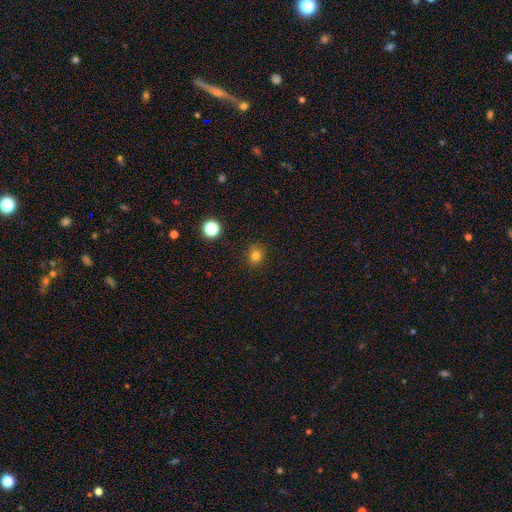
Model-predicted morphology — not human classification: smooth 78%, star or artifact 16%, featured or disk 6%. Down the decision tree: how rounded — round (80%); merging — none (87%).